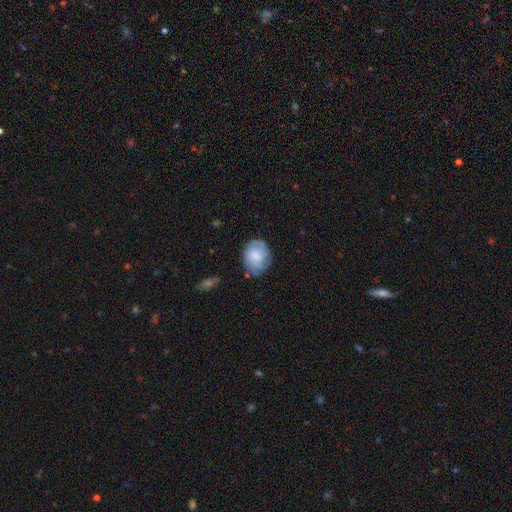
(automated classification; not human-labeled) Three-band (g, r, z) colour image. It shows a smooth galaxy with no disk features (53%) that is round (51%). Merging: none (63%).